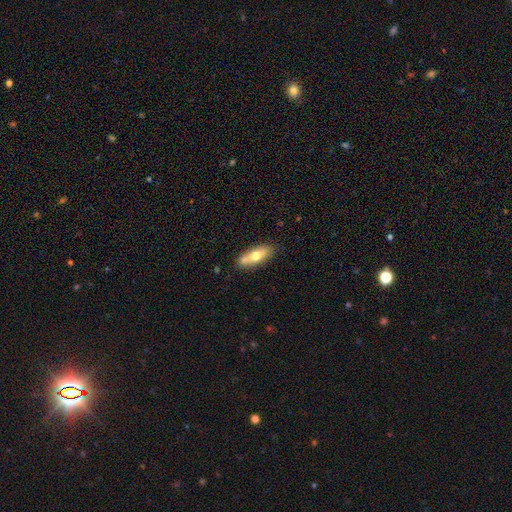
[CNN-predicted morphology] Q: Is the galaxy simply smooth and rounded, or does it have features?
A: smooth — 63%.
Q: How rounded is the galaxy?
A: in between — 71%.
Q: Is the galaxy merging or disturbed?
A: none — 69%.